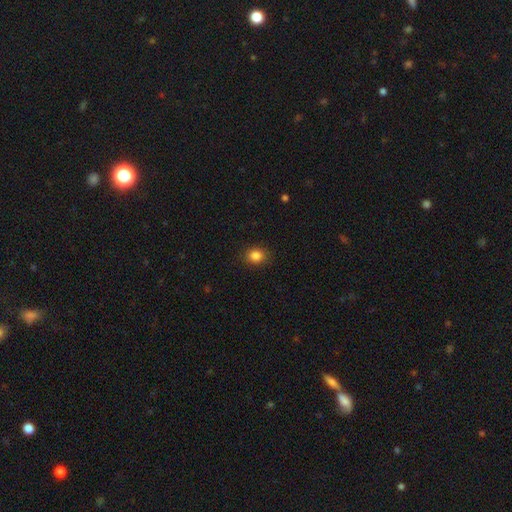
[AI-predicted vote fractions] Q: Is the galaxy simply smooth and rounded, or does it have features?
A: smooth — 84%.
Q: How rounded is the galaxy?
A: round — 62%.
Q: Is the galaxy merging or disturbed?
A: none — 88%.